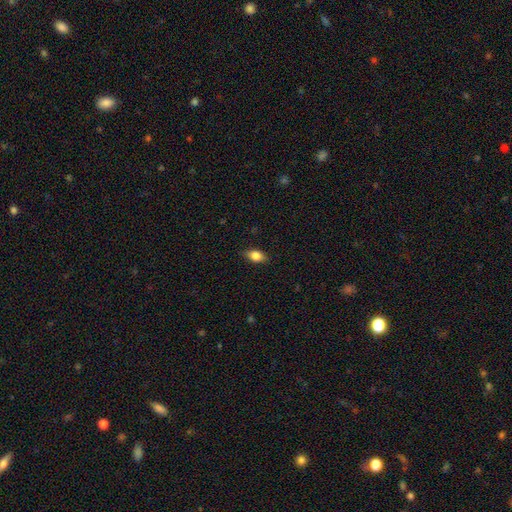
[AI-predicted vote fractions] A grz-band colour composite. It shows a smooth galaxy with no disk features (80%) that is in between round and cigar-shaped (84%). Merging: none (85%).